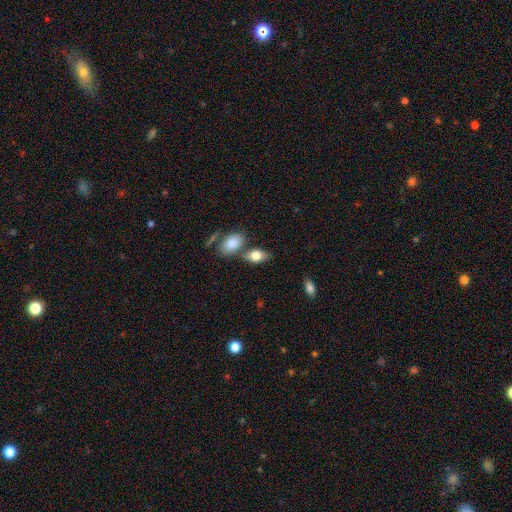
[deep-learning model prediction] Morphology: type=smooth (76%); roundness=in between (87%); merging=none (61%).